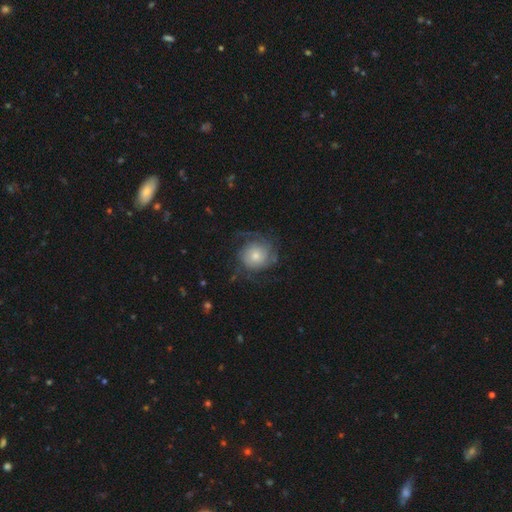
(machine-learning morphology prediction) A featured or disk galaxy (62%) with no bar (78%), 2 (33%, tied with can't tell) tight (44%) spiral arms (89%) and a moderate central bulge (45%). Merging: none (61%).